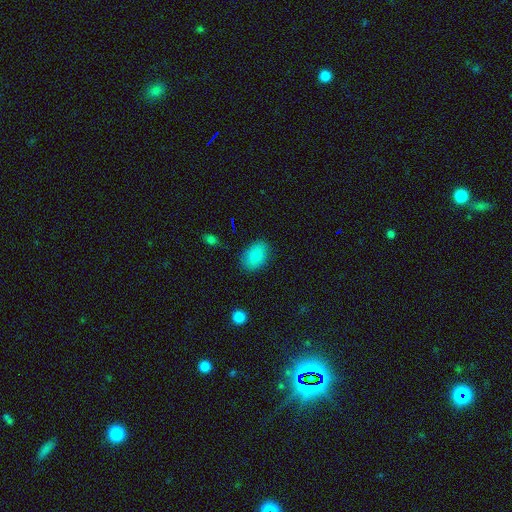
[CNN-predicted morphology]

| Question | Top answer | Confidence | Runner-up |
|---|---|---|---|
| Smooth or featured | smooth | 86% | star or artifact (8%) |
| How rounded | in between | 86% | round (12%) |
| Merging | none | 83% | minor disturbance (12%) |